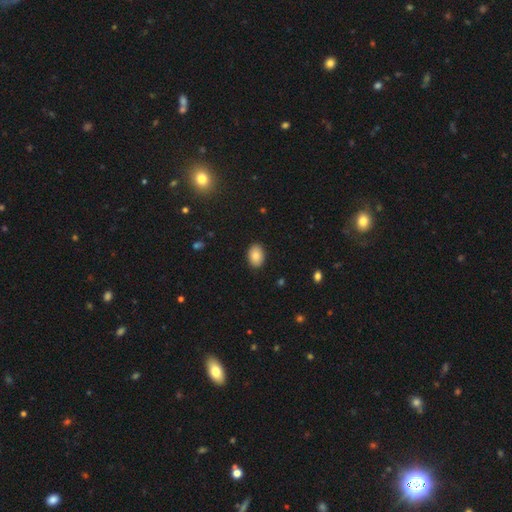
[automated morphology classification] A smooth galaxy with no disk features (85%) that is in between round and cigar-shaped (85%).

Vote fractions:
- Smooth or featured? smooth: 85% / star or artifact: 8% / featured or disk: 7%
- How rounded? in between: 85% / round: 14% / cigar-shaped: 1%
- Merging? none: 89% / minor disturbance: 9% / major disturbance: 2% / merger: 1%